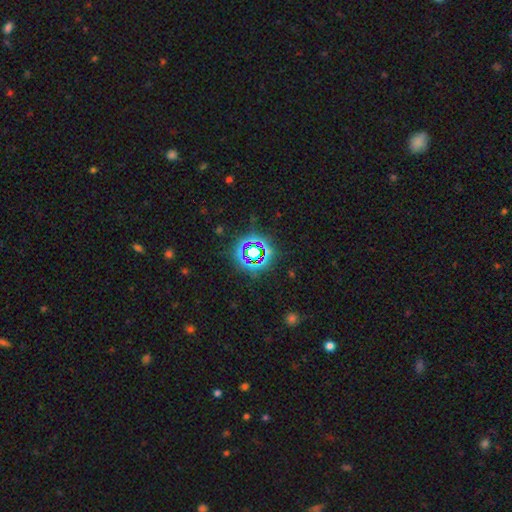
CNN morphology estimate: Q: Smooth or featured?
A: star or artifact (72%); runner-up: smooth (18%)